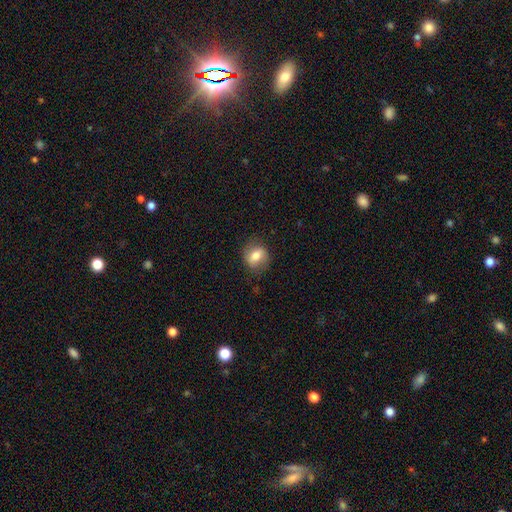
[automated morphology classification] smooth_or_featured: smooth (p=0.67) [alt: featured or disk p=0.25]
how_rounded: round (p=0.51) [alt: in between p=0.48]
merging: none (p=0.78) [alt: minor disturbance p=0.15]